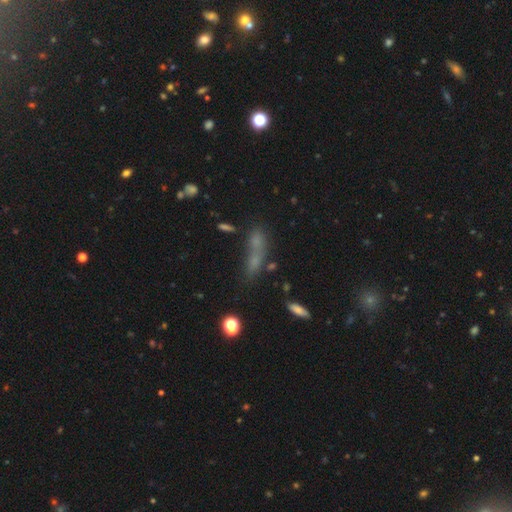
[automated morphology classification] Smooth or featured?
  - smooth: 56% *
  - star or artifact: 25%
  - featured or disk: 20%
How rounded?
  - cigar-shaped: 52% *
  - in between: 39%
  - round: 10%
Merging?
  - none: 42% *
  - merger: 29%
  - minor disturbance: 15%
  - major disturbance: 14%